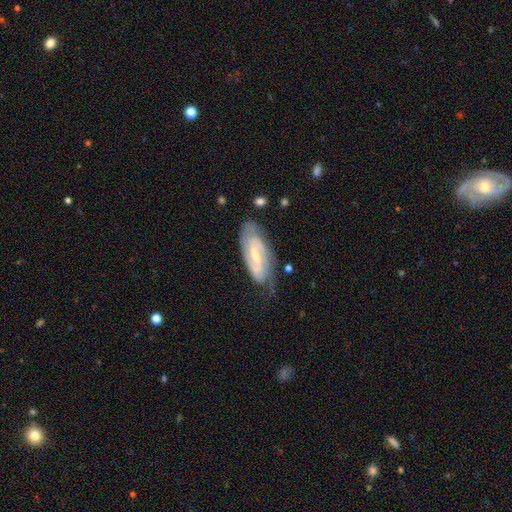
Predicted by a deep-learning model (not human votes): Smooth or featured? Predicted: featured or disk (p=0.86). Edge-on disk? Predicted: no (p=0.94). Bar? Predicted: weak (p=0.45). Spiral arms? Predicted: yes (p=0.96). Spiral winding? Predicted: tight (p=0.51). Spiral arm count? Predicted: 2 (p=0.83). Bulge size? Predicted: small (p=0.58). Merging? Predicted: none (p=0.71).